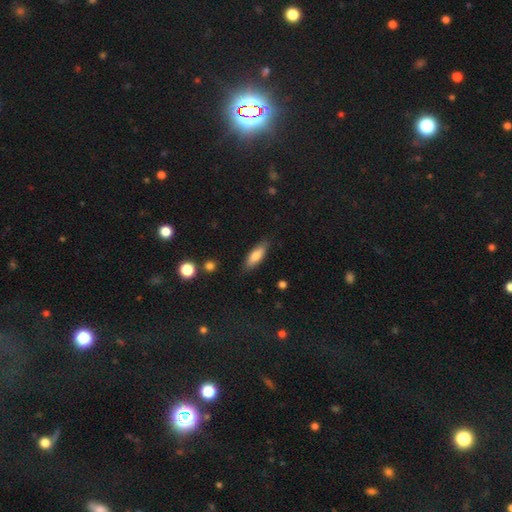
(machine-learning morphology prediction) Smooth or featured? Predicted: smooth (p=0.78). How rounded? Predicted: in between (p=0.60). Merging? Predicted: none (p=0.85).